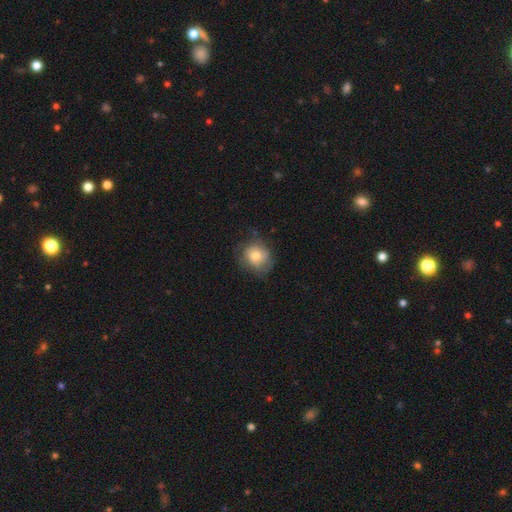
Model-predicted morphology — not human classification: This is likely a smooth galaxy (62%). How rounded: likely round (78%). Merging: likely none (65%).